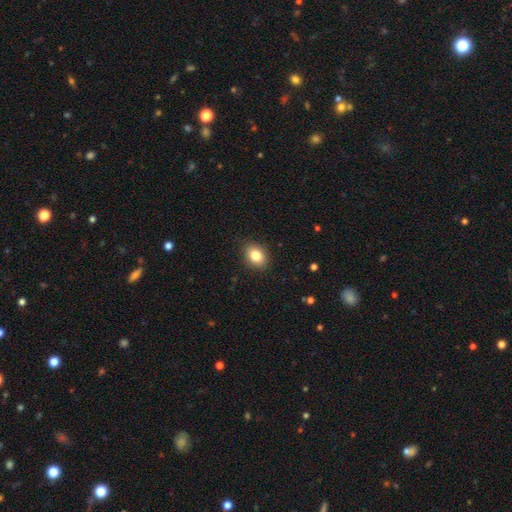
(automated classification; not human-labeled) smooth_or_featured: smooth (p=0.83) [alt: star or artifact p=0.09]
how_rounded: in between (p=0.65) [alt: round p=0.34]
merging: none (p=0.89) [alt: minor disturbance p=0.08]